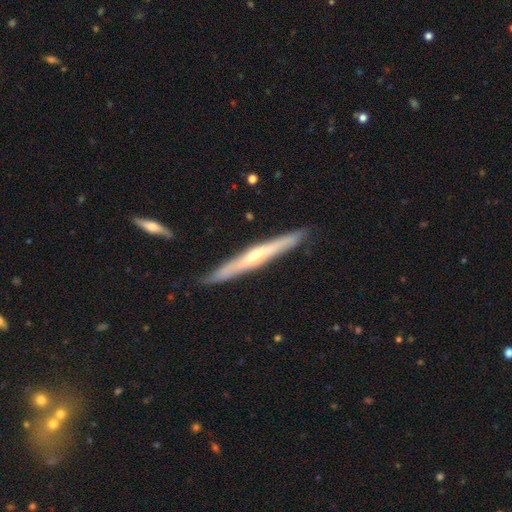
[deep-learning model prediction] Q: Smooth or featured?
A: featured or disk (66%); runner-up: smooth (28%)
Q: Edge-on disk?
A: yes (95%); runner-up: no (5%)
Q: Edge-on bulge?
A: rounded (64%); runner-up: none (31%)
Q: Merging?
A: none (87%); runner-up: minor disturbance (10%)